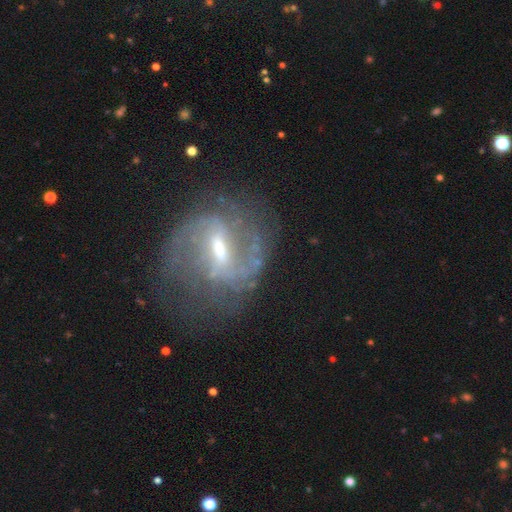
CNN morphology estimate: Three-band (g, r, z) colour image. It shows a featured or disk galaxy (84%) with a weak bar (49%), 2 (69%) medium (44%) spiral arms (91%) and a moderate central bulge (48%). Merging: none (64%).